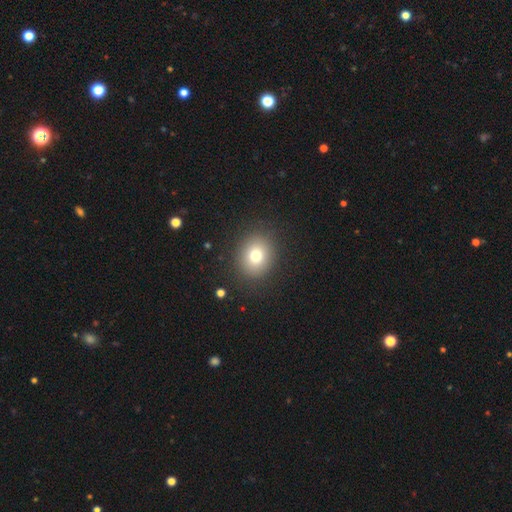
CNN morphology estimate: A smooth galaxy with no disk features (75%) that is round (74%). Merging: none (88%).